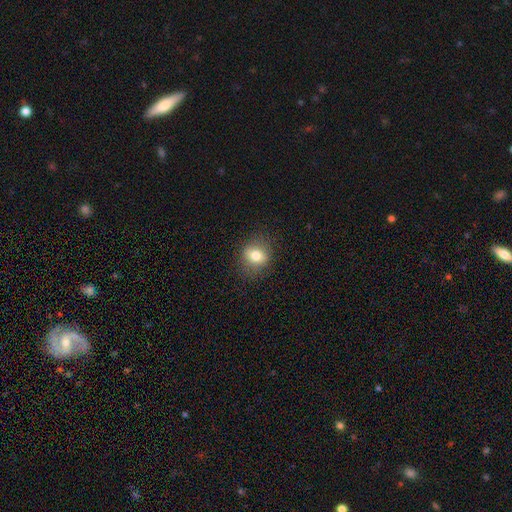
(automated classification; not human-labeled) Q: Smooth or featured?
A: smooth (74%); runner-up: featured or disk (16%)
Q: How rounded?
A: round (64%); runner-up: in between (34%)
Q: Merging?
A: none (83%); runner-up: minor disturbance (12%)